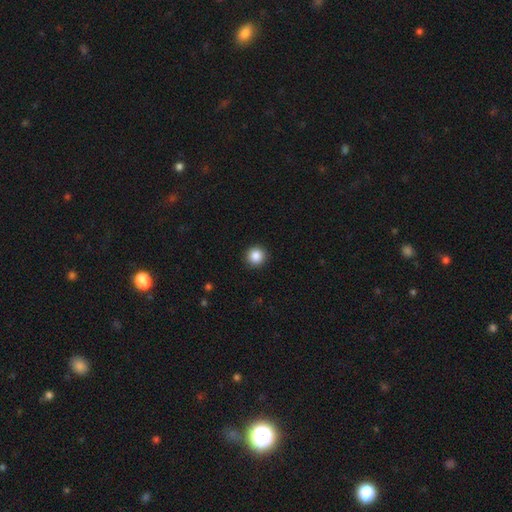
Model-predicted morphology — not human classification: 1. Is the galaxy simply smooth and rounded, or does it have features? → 87% smooth, 10% star or artifact, 3% featured or disk.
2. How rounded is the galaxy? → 95% round, 4% in between, 1% cigar-shaped.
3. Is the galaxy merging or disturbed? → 92% none, 5% minor disturbance, 2% major disturbance, 1% merger.